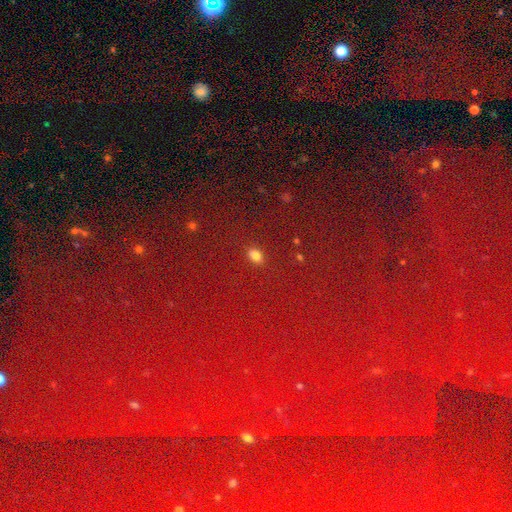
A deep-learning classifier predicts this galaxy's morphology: Q: Smooth or featured?
A: smooth (72%); runner-up: star or artifact (21%)
Q: How rounded?
A: in between (82%); runner-up: round (14%)
Q: Merging?
A: none (84%); runner-up: minor disturbance (10%)